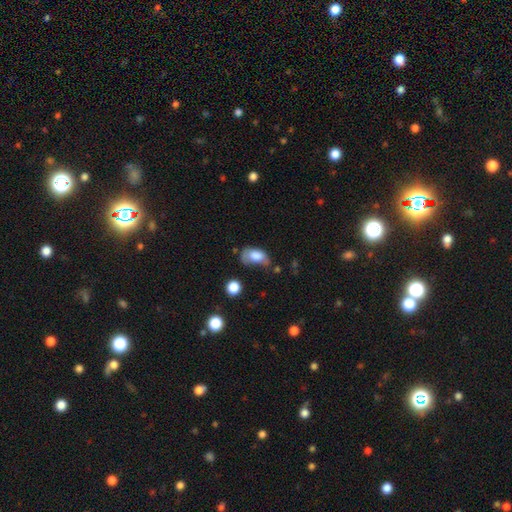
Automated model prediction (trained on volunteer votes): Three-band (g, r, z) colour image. It shows a smooth galaxy with no disk features (72%) that is in between round and cigar-shaped (89%). Merging: minor disturbance (36%).